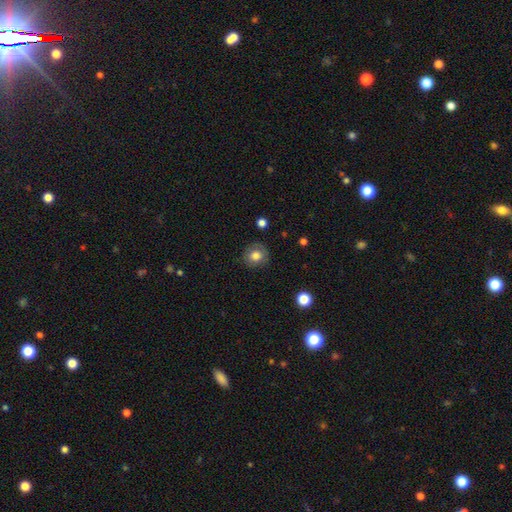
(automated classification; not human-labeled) smooth 77%, featured or disk 14%, star or artifact 9%. Down the decision tree: how rounded — round (84%); merging — none (85%).